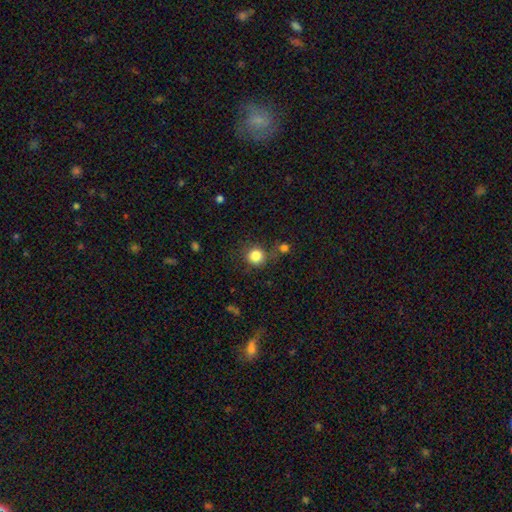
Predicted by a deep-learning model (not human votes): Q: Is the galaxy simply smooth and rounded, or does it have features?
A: smooth — 84%.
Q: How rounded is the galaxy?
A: round — 92%.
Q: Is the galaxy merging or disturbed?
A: none — 76%.